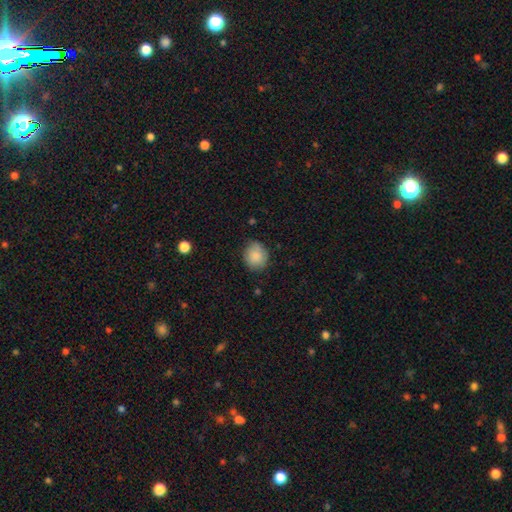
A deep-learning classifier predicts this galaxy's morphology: Q: Smooth or featured?
A: smooth (86%); runner-up: star or artifact (7%)
Q: How rounded?
A: round (75%); runner-up: in between (24%)
Q: Merging?
A: none (79%); runner-up: minor disturbance (16%)